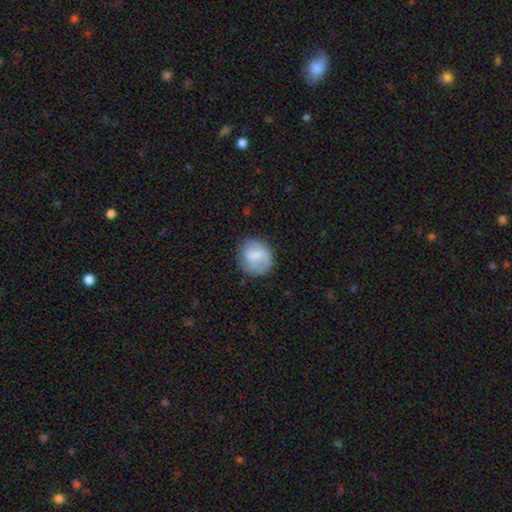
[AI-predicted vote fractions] A smooth galaxy with no disk features (58%) that is round (82%).

Vote fractions:
- Smooth or featured? smooth: 58% / featured or disk: 35% / star or artifact: 7%
- How rounded? round: 82% / in between: 17% / cigar-shaped: 1%
- Merging? none: 73% / minor disturbance: 17% / major disturbance: 8% / merger: 2%